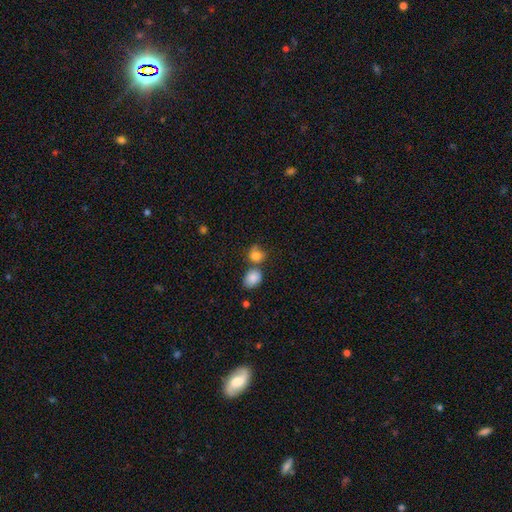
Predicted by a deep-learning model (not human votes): Smooth or featured? smooth (80%)
How rounded? round (65%)
Merging? none (42%)